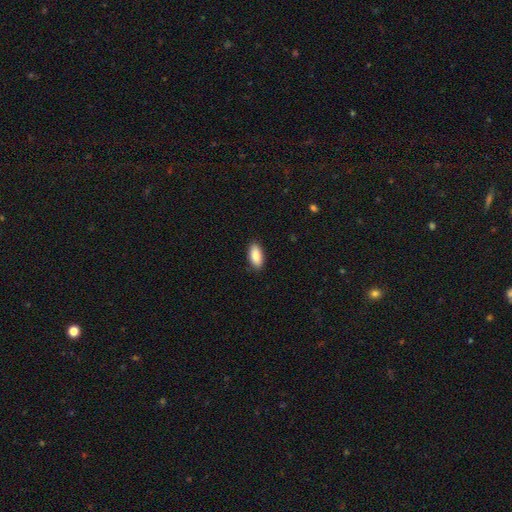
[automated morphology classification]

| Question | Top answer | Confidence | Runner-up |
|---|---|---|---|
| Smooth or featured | smooth | 87% | featured or disk (7%) |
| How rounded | in between | 89% | cigar-shaped (9%) |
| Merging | none | 89% | minor disturbance (8%) |